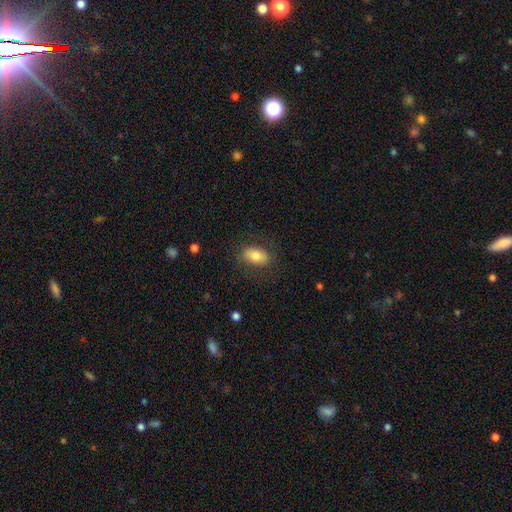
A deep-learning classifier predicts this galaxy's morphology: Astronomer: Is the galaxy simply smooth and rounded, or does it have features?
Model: smooth — 76%.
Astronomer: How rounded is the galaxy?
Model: in between — 89%.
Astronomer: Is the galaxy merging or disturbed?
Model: none — 79%.